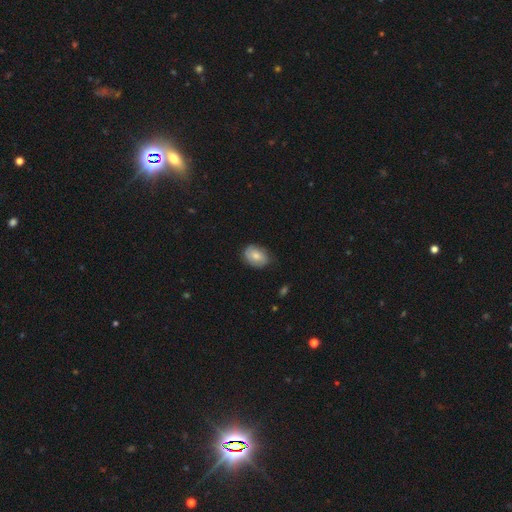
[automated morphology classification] Q: Smooth or featured?
A: smooth (68%); runner-up: featured or disk (26%)
Q: How rounded?
A: in between (73%); runner-up: round (26%)
Q: Merging?
A: none (71%); runner-up: minor disturbance (23%)